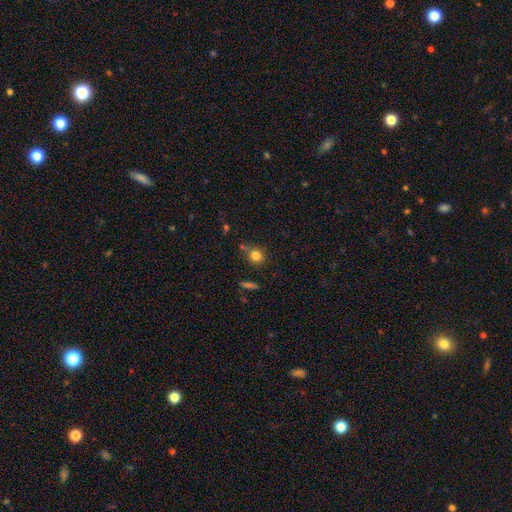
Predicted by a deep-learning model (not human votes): smooth 81%, star or artifact 12%, featured or disk 7%. Down the decision tree: how rounded — round (79%); merging — none (68%).